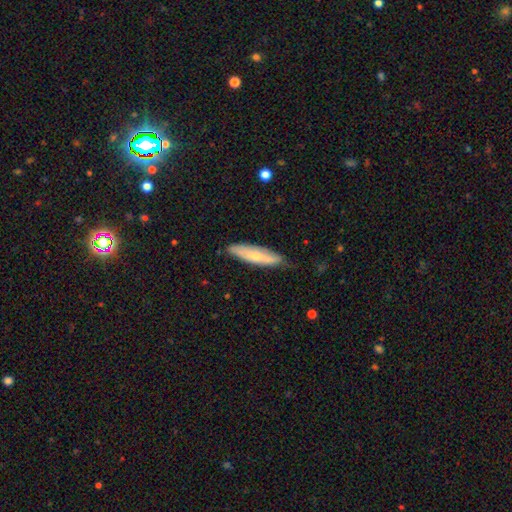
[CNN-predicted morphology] This appears to be a smooth galaxy with no disk features (58%) that is cigar-shaped (70%). Merging: none (75%).